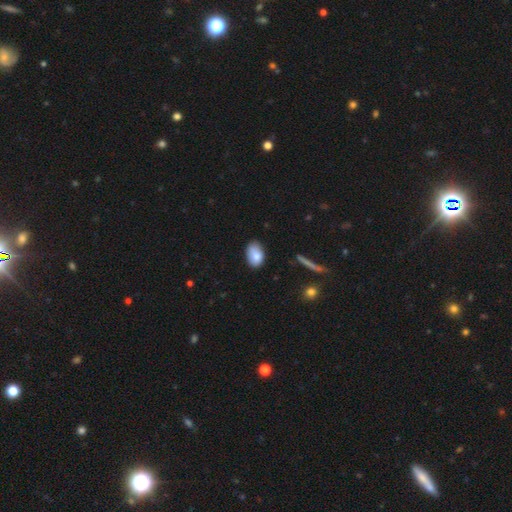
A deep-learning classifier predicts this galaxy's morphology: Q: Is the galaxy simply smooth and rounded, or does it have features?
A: smooth — 83%.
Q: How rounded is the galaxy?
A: in between — 91%.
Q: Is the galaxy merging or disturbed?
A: none — 70%.